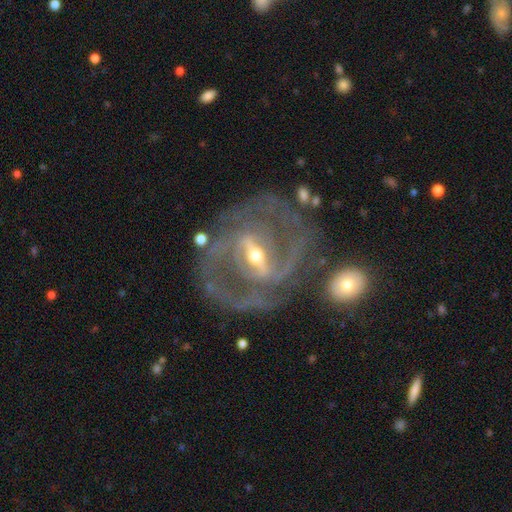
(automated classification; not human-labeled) Smooth or featured? Predicted: featured or disk (p=0.91). Edge-on disk? Predicted: no (p=0.94). Bar? Predicted: strong (p=0.73). Spiral arms? Predicted: yes (p=0.92). Spiral winding? Predicted: medium (p=0.45). Spiral arm count? Predicted: 2 (p=0.62). Bulge size? Predicted: moderate (p=0.53). Merging? Predicted: none (p=0.66).